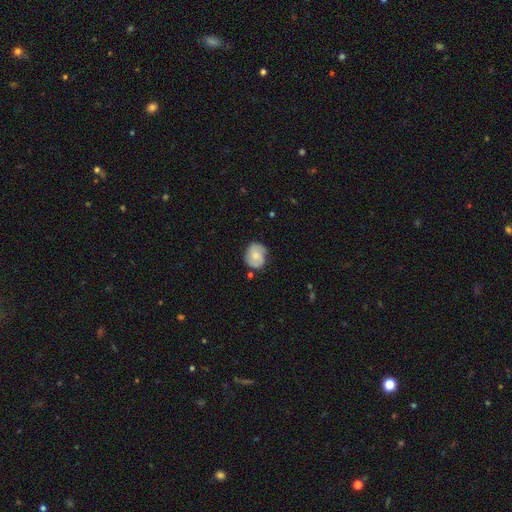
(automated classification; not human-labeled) Smooth or featured? Predicted: smooth (p=0.56). How rounded? Predicted: round (p=0.69). Merging? Predicted: none (p=0.71).